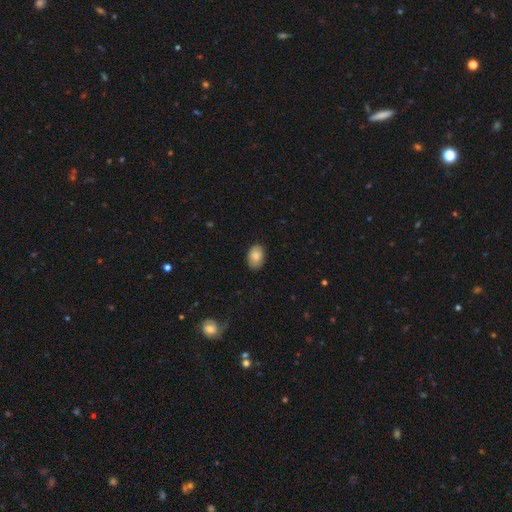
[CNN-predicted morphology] Smooth or featured: smooth — 85% (featured or disk — 8%)
How rounded: in between — 85% (round — 14%)
Merging: none — 86% (minor disturbance — 11%)